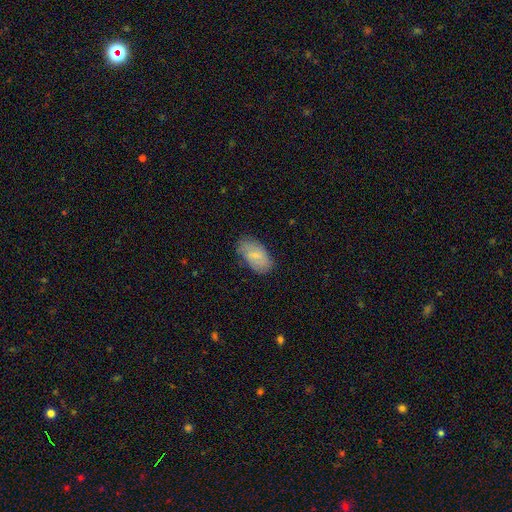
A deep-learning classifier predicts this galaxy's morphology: Overall: smooth (65%; featured or disk 28%). How rounded: in between (94%). Merging: none (71%).